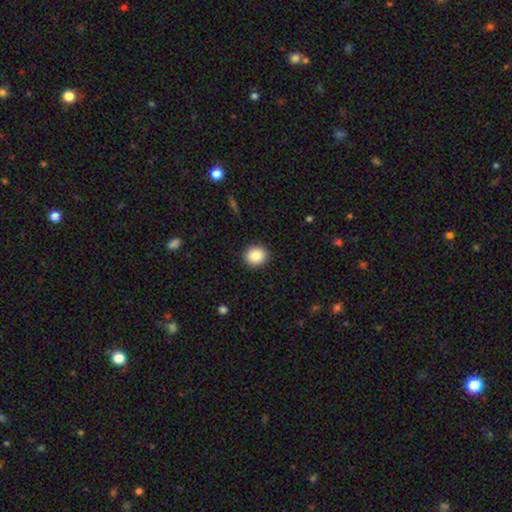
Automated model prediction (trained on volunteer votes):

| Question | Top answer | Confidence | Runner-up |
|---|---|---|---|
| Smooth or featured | smooth | 87% | star or artifact (8%) |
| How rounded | round | 84% | in between (15%) |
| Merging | none | 91% | minor disturbance (6%) |